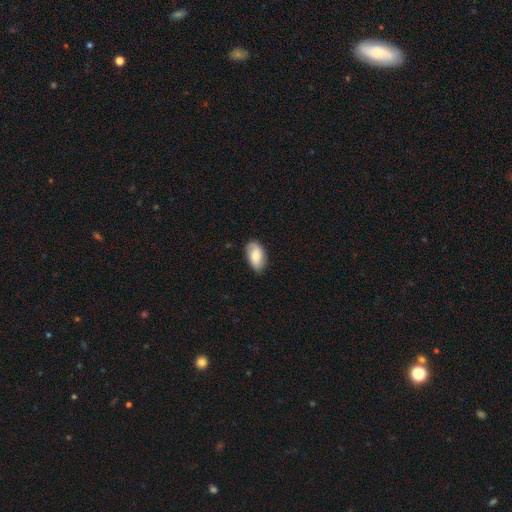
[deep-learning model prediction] This is likely a smooth galaxy (71%). How rounded: clearly in between (93%). Merging: likely none (79%).